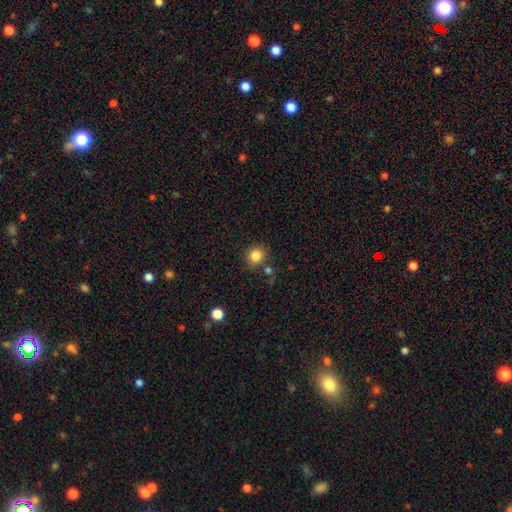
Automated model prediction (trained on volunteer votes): A smooth galaxy with no disk features (84%) that is round (82%). Merging: none (80%).